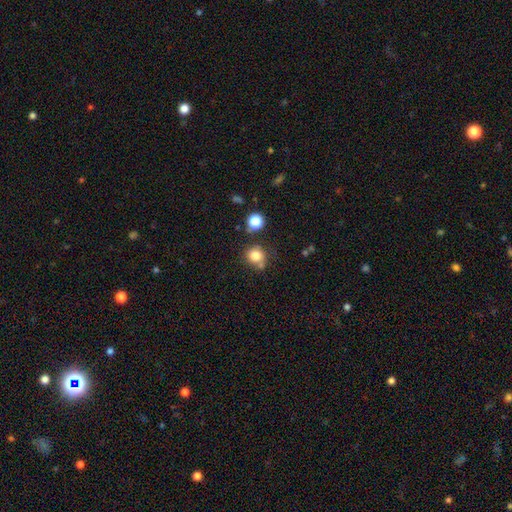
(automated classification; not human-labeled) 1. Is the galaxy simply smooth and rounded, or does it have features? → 80% smooth, 12% star or artifact, 7% featured or disk.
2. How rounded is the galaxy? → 87% round, 12% in between, 1% cigar-shaped.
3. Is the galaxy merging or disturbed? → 69% none, 14% minor disturbance, 13% merger, 4% major disturbance.